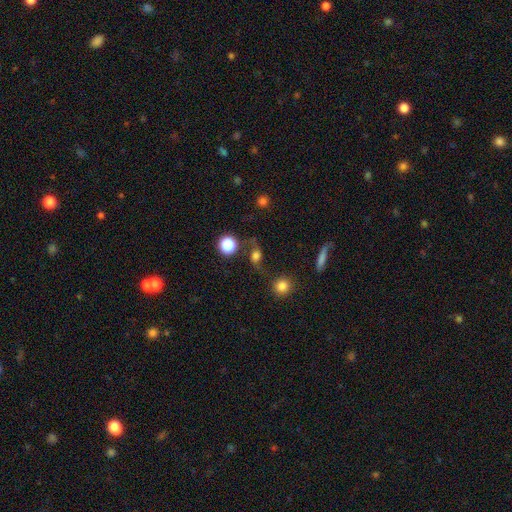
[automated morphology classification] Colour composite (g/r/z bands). It shows a smooth galaxy with no disk features (47%). Merging: none (61%).